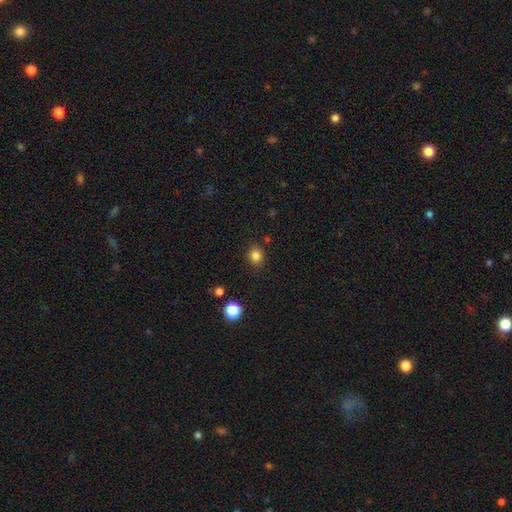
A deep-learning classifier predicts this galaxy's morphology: The model was most divided on "how rounded": round: 71%, in between: 28%, cigar-shaped: 1%. More confident: merging — none (87%); smooth or featured — smooth (83%).